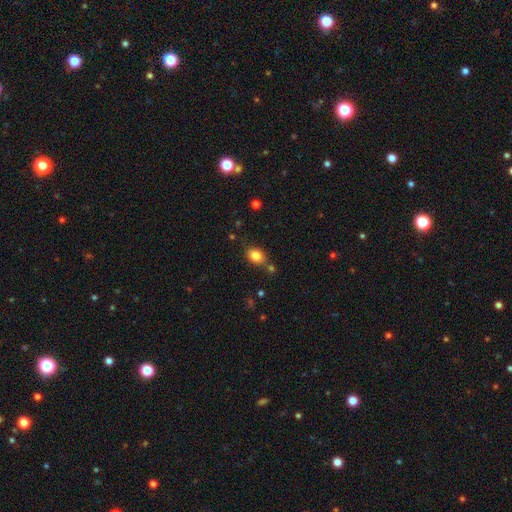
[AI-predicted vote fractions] Smooth or featured?
  - smooth: 84% *
  - star or artifact: 10%
  - featured or disk: 7%
How rounded?
  - in between: 65% *
  - round: 33%
  - cigar-shaped: 1%
Merging?
  - none: 70% *
  - minor disturbance: 14%
  - merger: 12%
  - major disturbance: 4%